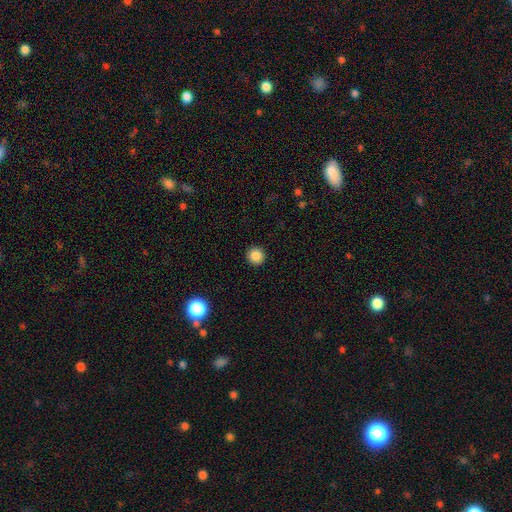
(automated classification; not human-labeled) Morphology: type=smooth (86%); roundness=round (95%); merging=none (93%).